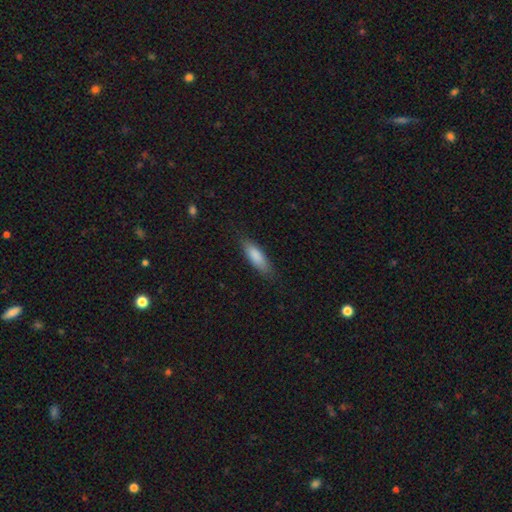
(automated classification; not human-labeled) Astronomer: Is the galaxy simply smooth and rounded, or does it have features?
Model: smooth — 86%.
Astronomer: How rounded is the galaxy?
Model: in between — 57% (runner-up: cigar-shaped, 41%).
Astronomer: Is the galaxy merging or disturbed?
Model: none — 82%.